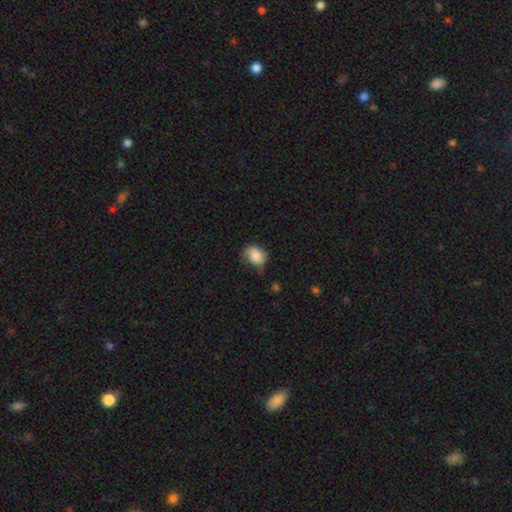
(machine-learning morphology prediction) This appears to be a smooth galaxy with no disk features (78%) that is in between round and cigar-shaped (60%). Merging: none (55%).